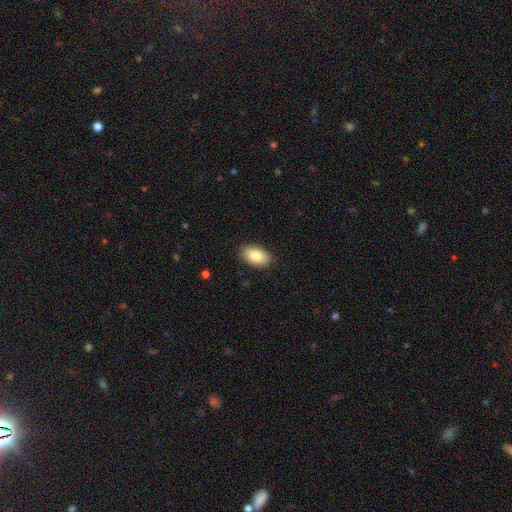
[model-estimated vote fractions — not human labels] The model was most divided on "smooth or featured": smooth: 86%, featured or disk: 7%, star or artifact: 6%. More confident: how rounded — in between (94%); merging — none (88%).